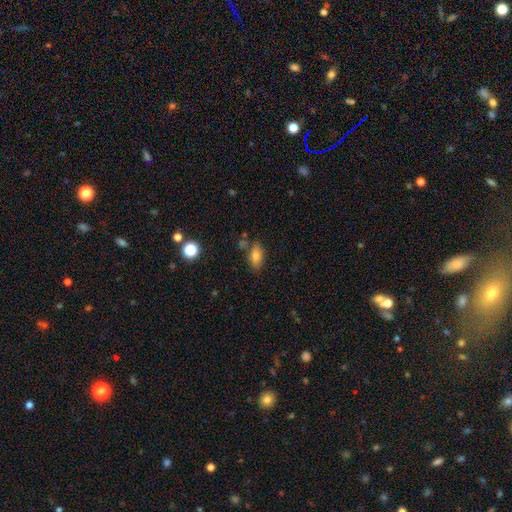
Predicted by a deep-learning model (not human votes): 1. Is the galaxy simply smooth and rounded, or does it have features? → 76% smooth, 15% featured or disk, 10% star or artifact.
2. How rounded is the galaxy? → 84% in between, 10% cigar-shaped, 6% round.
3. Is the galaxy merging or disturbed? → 72% none, 16% minor disturbance, 8% merger, 4% major disturbance.